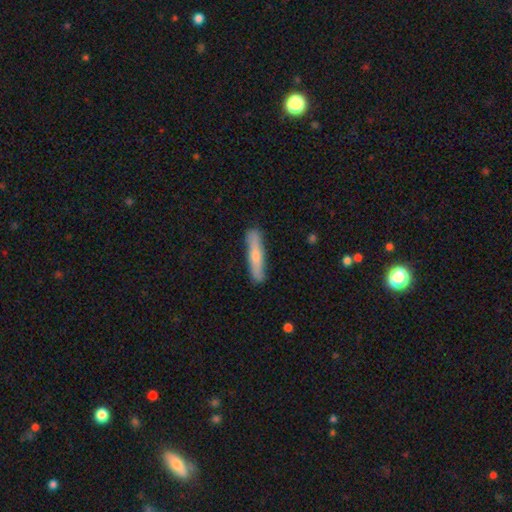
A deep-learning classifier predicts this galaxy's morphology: Smooth or featured?
  - smooth: 61% *
  - featured or disk: 34%
  - star or artifact: 5%
How rounded?
  - cigar-shaped: 89% *
  - in between: 9%
  - round: 2%
Merging?
  - none: 86% *
  - minor disturbance: 11%
  - major disturbance: 2%
  - merger: 1%